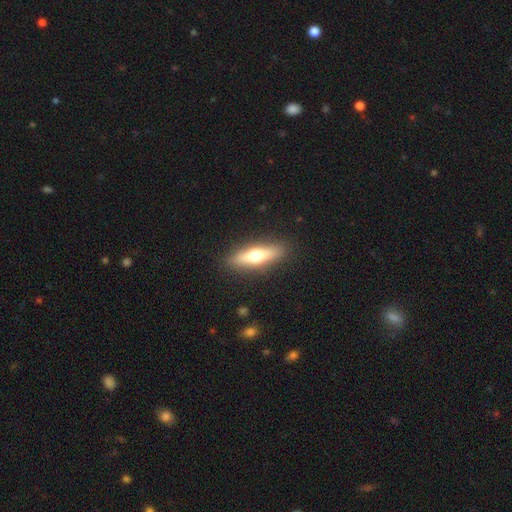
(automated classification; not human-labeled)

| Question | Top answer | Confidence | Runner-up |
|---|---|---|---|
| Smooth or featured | smooth | 53% | featured or disk (40%) |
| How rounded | cigar-shaped | 68% | in between (30%) |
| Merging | none | 89% | minor disturbance (8%) |